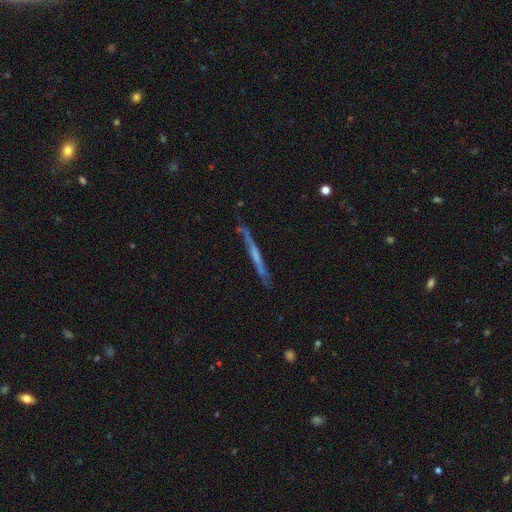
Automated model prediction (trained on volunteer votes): A featured or disk galaxy (61%) viewed edge-on (92%) with no central bulge (74%). Merging: none (78%).